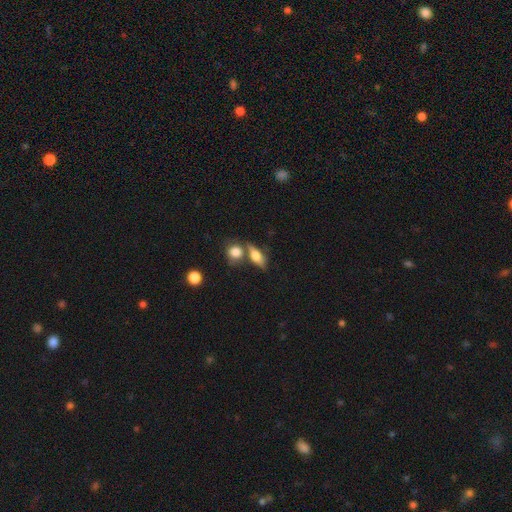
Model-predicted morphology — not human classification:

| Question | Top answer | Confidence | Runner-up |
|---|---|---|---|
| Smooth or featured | smooth | 62% | featured or disk (29%) |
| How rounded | in between | 60% | cigar-shaped (25%) |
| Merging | none | 54% | merger (27%) |